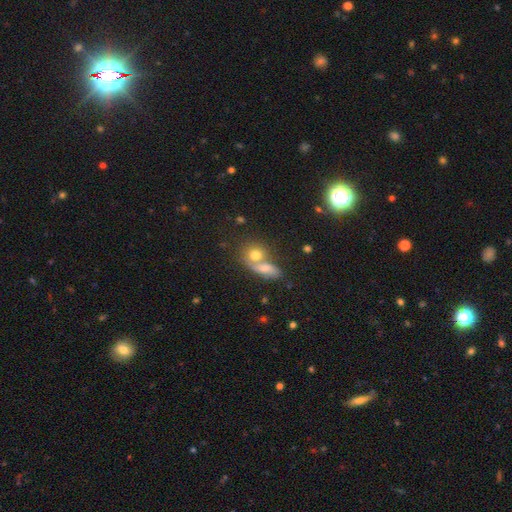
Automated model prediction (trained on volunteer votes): A smooth galaxy with no disk features (71%) that is round (64%).

Vote fractions:
- Smooth or featured? smooth: 71% / featured or disk: 17% / star or artifact: 12%
- How rounded? round: 64% / in between: 32% / cigar-shaped: 4%
- Merging? merger: 50% / none: 36% / minor disturbance: 9% / major disturbance: 5%